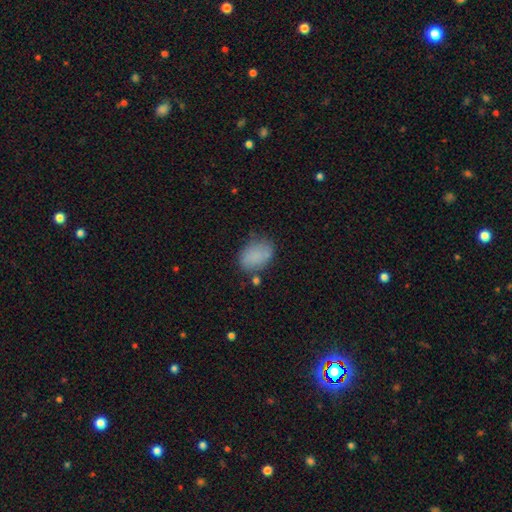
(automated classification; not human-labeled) Smooth or featured?
  - smooth: 82% *
  - featured or disk: 9%
  - star or artifact: 9%
How rounded?
  - in between: 81% *
  - round: 18%
  - cigar-shaped: 1%
Merging?
  - none: 65% *
  - minor disturbance: 22%
  - major disturbance: 7%
  - merger: 5%